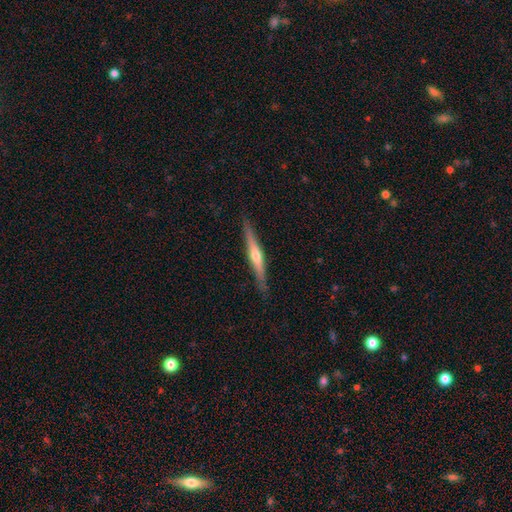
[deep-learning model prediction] This is likely a featured or disk galaxy (65%). It is clearly viewed edge-on (97%). Edge-on bulge: clearly rounded (81%). Merging: clearly none (88%).